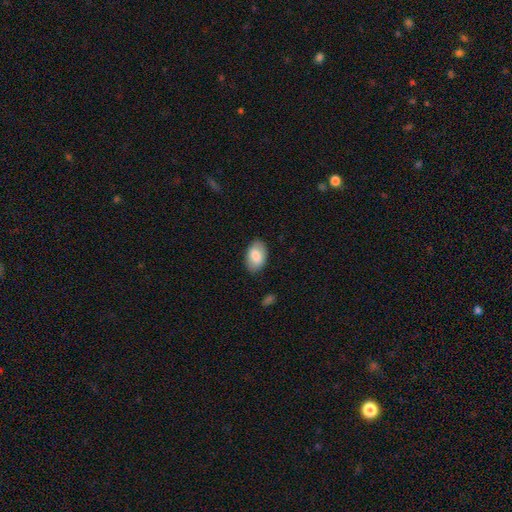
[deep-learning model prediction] Smooth or featured?
  - smooth: 80% *
  - featured or disk: 14%
  - star or artifact: 6%
How rounded?
  - in between: 92% *
  - round: 6%
  - cigar-shaped: 1%
Merging?
  - none: 84% *
  - minor disturbance: 12%
  - major disturbance: 3%
  - merger: 1%